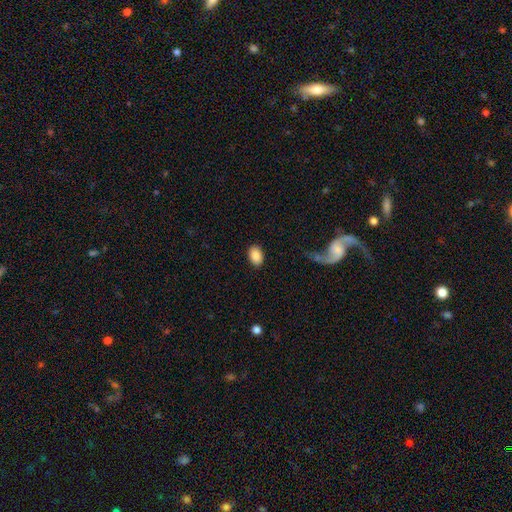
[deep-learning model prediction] Smooth or featured?
  - smooth: 88% *
  - star or artifact: 7%
  - featured or disk: 4%
How rounded?
  - in between: 87% *
  - round: 12%
  - cigar-shaped: 1%
Merging?
  - none: 88% *
  - minor disturbance: 8%
  - major disturbance: 3%
  - merger: 1%